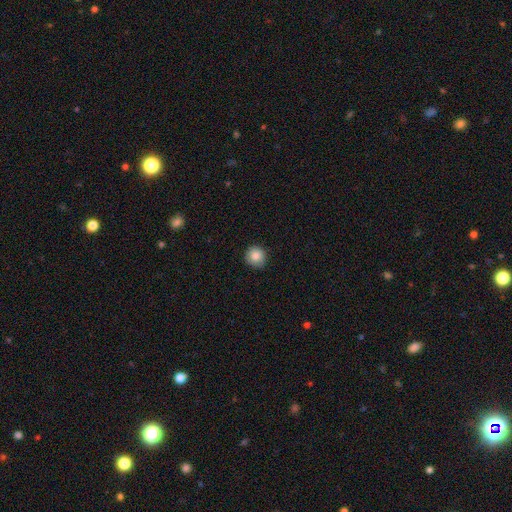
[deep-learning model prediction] Smooth or featured? Predicted: smooth (p=0.85). How rounded? Predicted: round (p=0.93). Merging? Predicted: none (p=0.86).